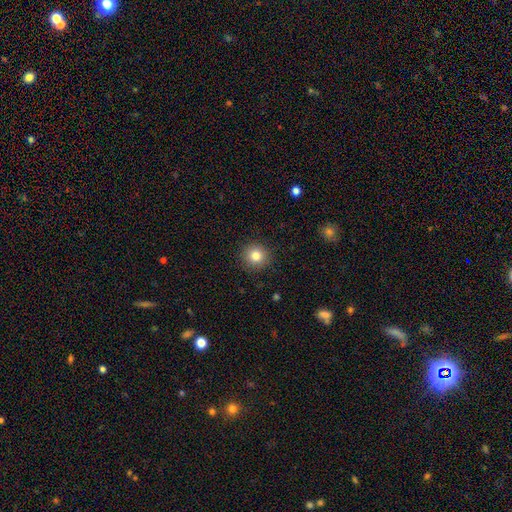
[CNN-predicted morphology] type=smooth (82%); roundness=round (93%); merging=none (91%).